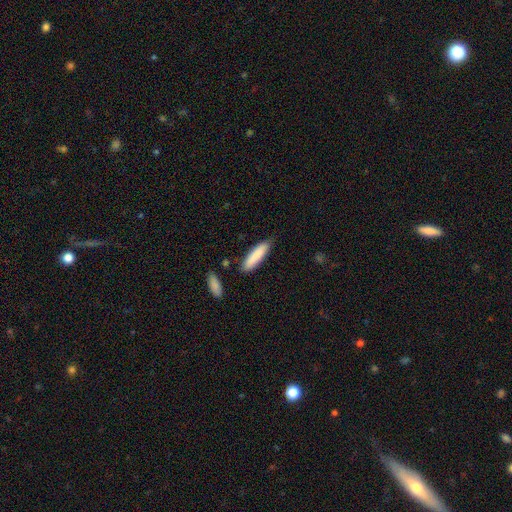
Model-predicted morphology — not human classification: Smooth or featured?
  - smooth: 86% *
  - featured or disk: 8%
  - star or artifact: 6%
How rounded?
  - cigar-shaped: 69% *
  - in between: 30%
  - round: 1%
Merging?
  - none: 82% *
  - minor disturbance: 13%
  - merger: 3%
  - major disturbance: 2%